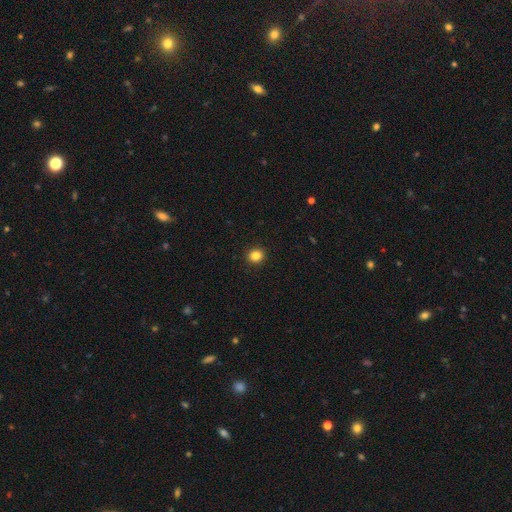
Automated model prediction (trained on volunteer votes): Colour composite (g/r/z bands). It shows a smooth galaxy with no disk features (84%) that is round (86%). Merging: none (93%).